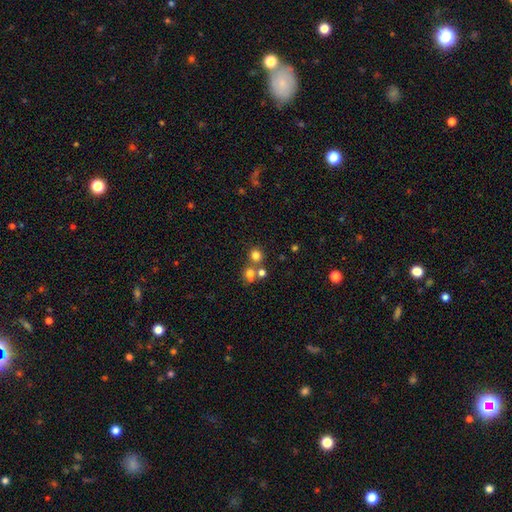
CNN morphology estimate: The model was most divided on "merging": none: 61%, merger: 29%, minor disturbance: 7%, major disturbance: 3%. More confident: how rounded — round (88%); smooth or featured — smooth (75%).